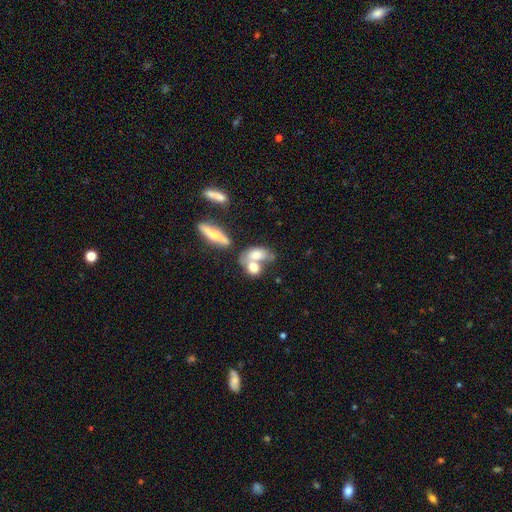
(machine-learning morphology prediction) The model was most divided on "merging": merger: 55%, none: 27%, minor disturbance: 11%, major disturbance: 7%. More confident: how rounded — in between (78%); smooth or featured — smooth (66%).